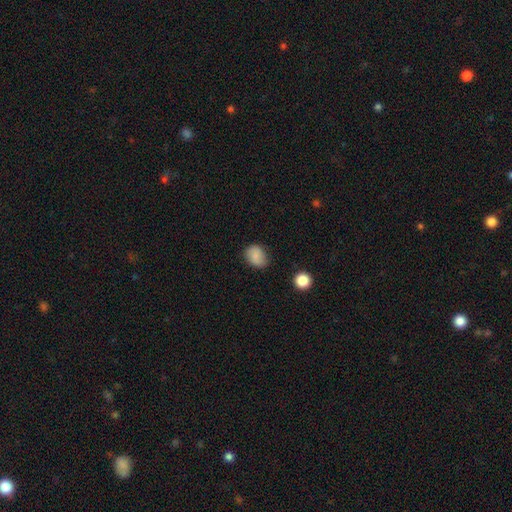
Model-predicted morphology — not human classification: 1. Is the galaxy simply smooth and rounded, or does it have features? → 79% smooth, 12% featured or disk, 10% star or artifact.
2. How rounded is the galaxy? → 50% round, 49% in between, 1% cigar-shaped.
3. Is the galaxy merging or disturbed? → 73% none, 21% minor disturbance, 5% major disturbance, 2% merger.